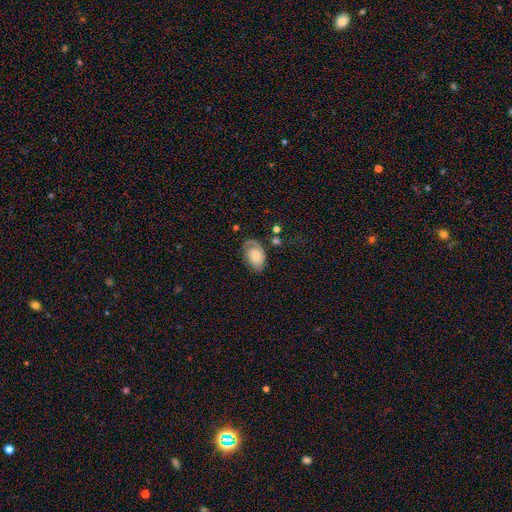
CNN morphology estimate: Overall: featured or disk (47%; smooth 46%). Merging: none (58%; minor disturbance 25%).